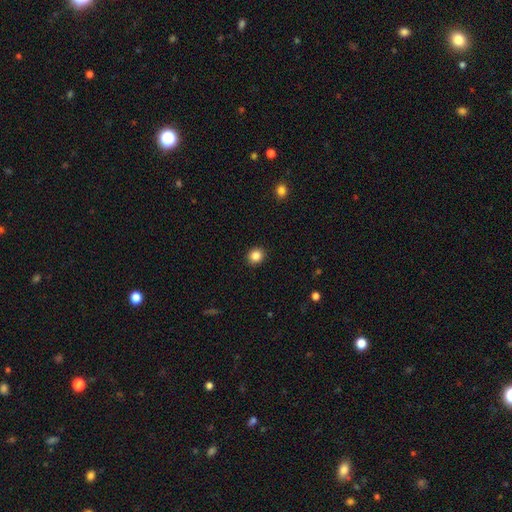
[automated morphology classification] Smooth or featured?
  - smooth: 85% *
  - star or artifact: 11%
  - featured or disk: 4%
How rounded?
  - round: 83% *
  - in between: 16%
  - cigar-shaped: 1%
Merging?
  - none: 92% *
  - minor disturbance: 6%
  - major disturbance: 2%
  - merger: 1%